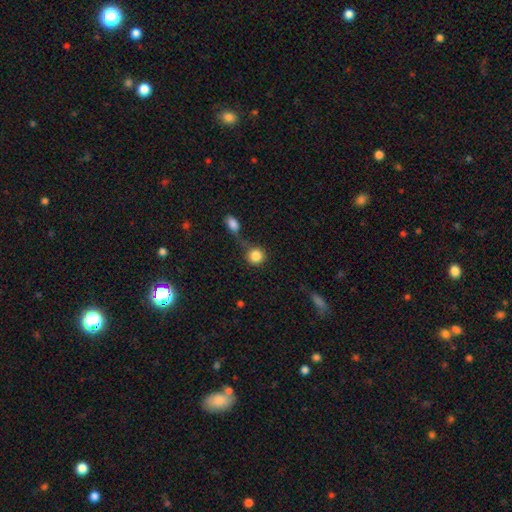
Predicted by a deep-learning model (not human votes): Q: Smooth or featured?
A: smooth (85%); runner-up: star or artifact (9%)
Q: How rounded?
A: round (89%); runner-up: in between (9%)
Q: Merging?
A: none (56%); runner-up: merger (24%)